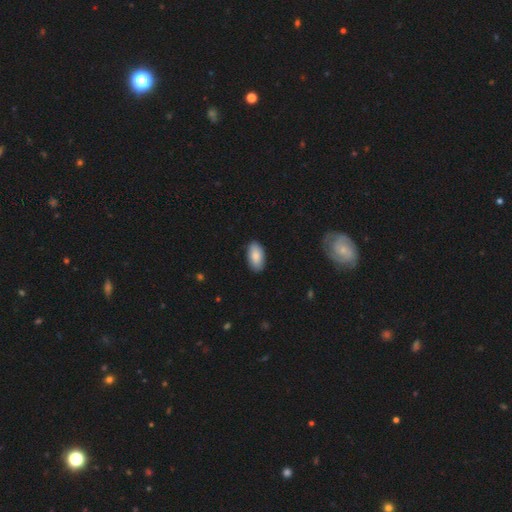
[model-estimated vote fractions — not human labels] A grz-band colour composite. It shows a smooth galaxy with no disk features (87%) that is in between round and cigar-shaped (94%). Merging: none (88%).